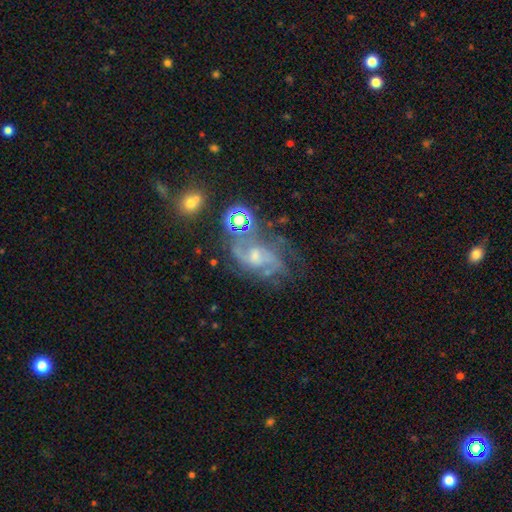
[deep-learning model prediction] Smooth or featured? featured or disk (74%)
Edge-on disk? no (97%)
Bar? no (45%, tied with weak)
Spiral arms? yes (88%)
Spiral winding? medium (50%)
Spiral arm count? 2 (57%)
Bulge size? small (47%)
Merging? none (45%)